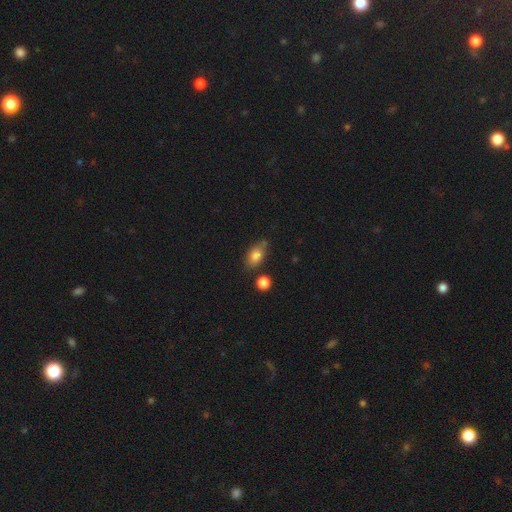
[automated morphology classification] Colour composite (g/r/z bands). It shows a smooth galaxy with no disk features (81%) that is in between round and cigar-shaped (86%). Merging: none (67%).